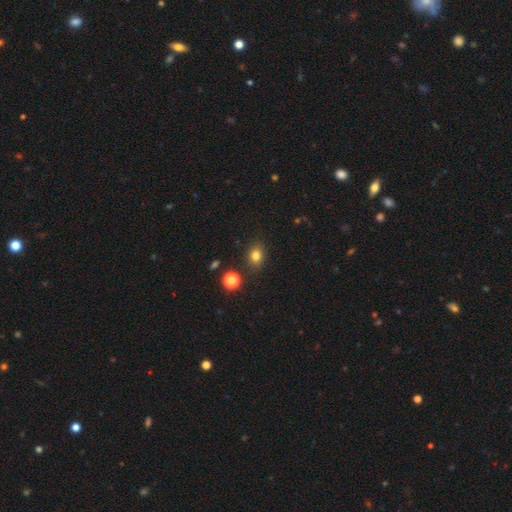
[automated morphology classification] smooth 80%, star or artifact 14%, featured or disk 6%. Down the decision tree: how rounded — in between (51%); merging — none (86%).